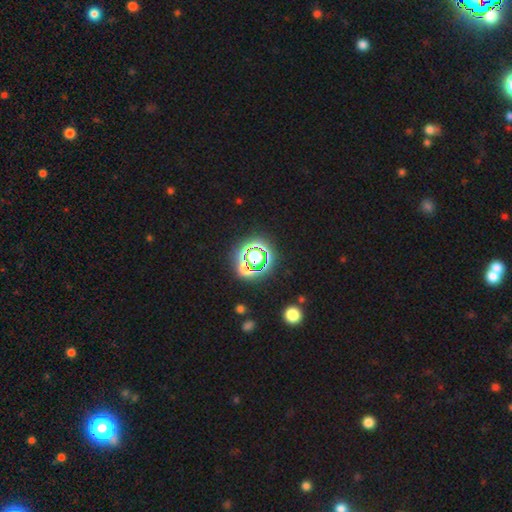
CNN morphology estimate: Smooth or featured?
  - star or artifact: 66% *
  - smooth: 22%
  - featured or disk: 12%